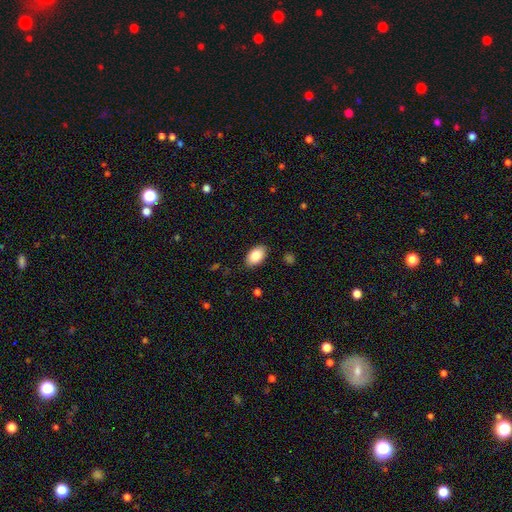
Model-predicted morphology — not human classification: smooth-or-featured: smooth: 85% | featured or disk: 8% | star or artifact: 7%
  how-rounded: in between: 92% | round: 7% | cigar-shaped: 1%
  merging: none: 87% | minor disturbance: 10% | major disturbance: 2% | merger: 1%